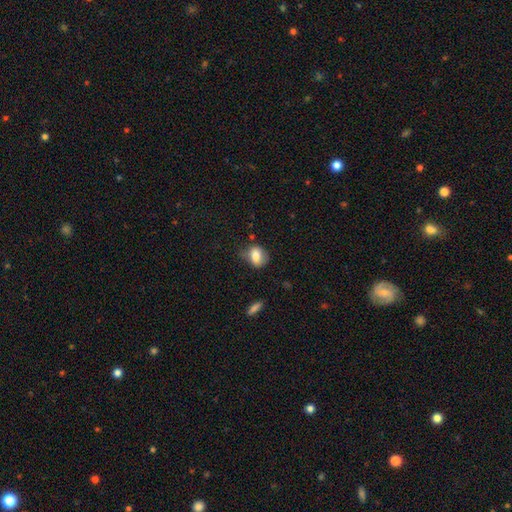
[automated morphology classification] Overall: smooth (78%). How rounded: in between (61%; round 38%). Merging: none (56%; minor disturbance 30%).